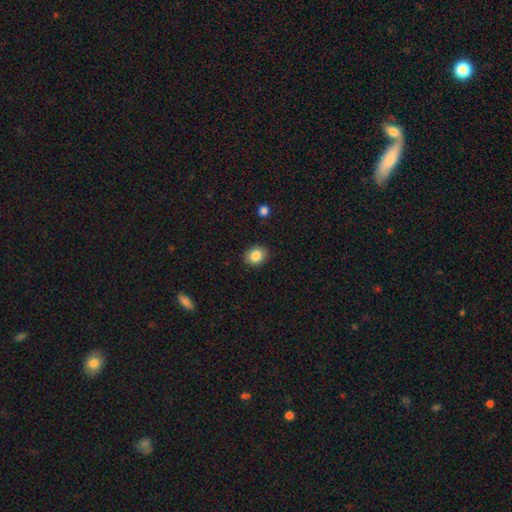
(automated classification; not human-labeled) This is clearly a smooth galaxy (85%). How rounded: likely round (60%). Merging: clearly none (89%).